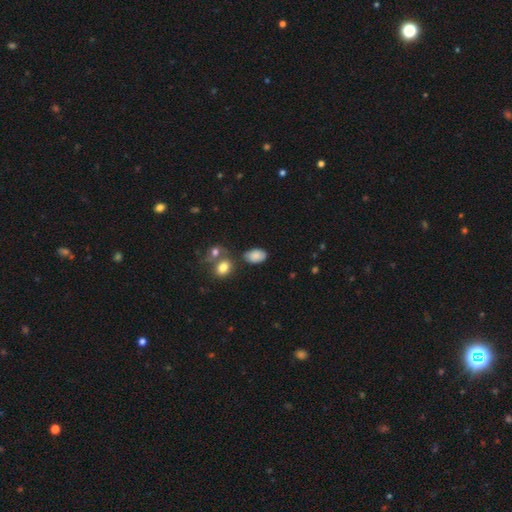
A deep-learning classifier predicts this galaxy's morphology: This appears to be a smooth galaxy with no disk features (84%) that is in between round and cigar-shaped (89%). Merging: none (68%).